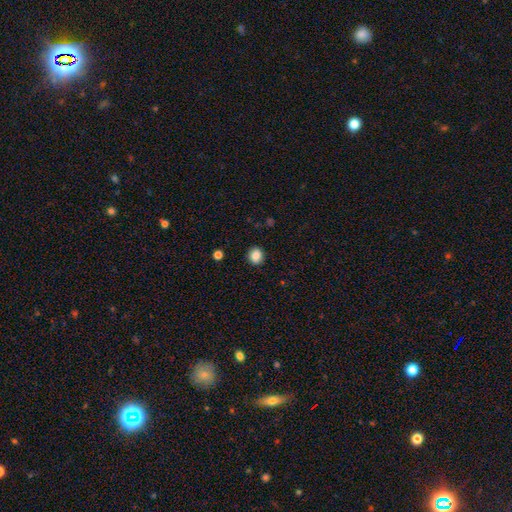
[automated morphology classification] A smooth galaxy with no disk features (86%) that is round (79%). Merging: none (90%).